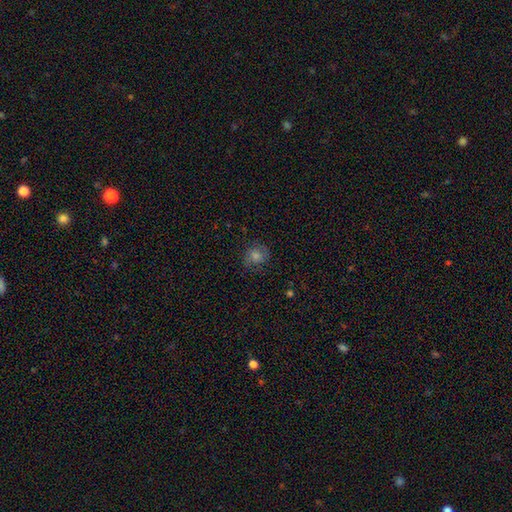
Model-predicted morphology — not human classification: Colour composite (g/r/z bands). It shows a smooth galaxy with no disk features (63%) that is round (78%). Merging: none (78%).